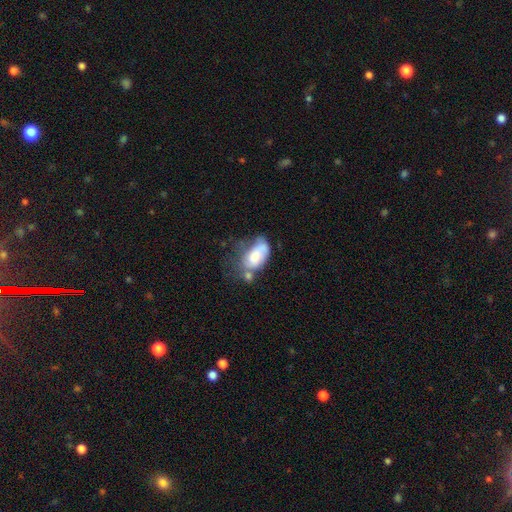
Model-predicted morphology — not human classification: Smooth or featured?
  - smooth: 66% *
  - featured or disk: 27%
  - star or artifact: 8%
How rounded?
  - in between: 92% *
  - round: 6%
  - cigar-shaped: 2%
Merging?
  - merger: 30% *
  - minor disturbance: 25%
  - major disturbance: 23%
  - none: 22%